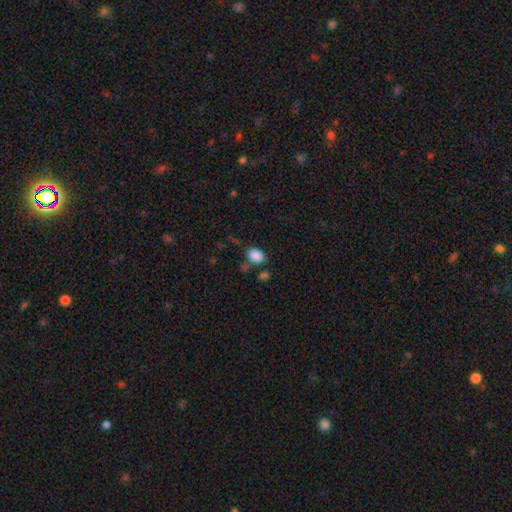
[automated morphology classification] A smooth galaxy with no disk features (86%) that is in between round and cigar-shaped (81%). Merging: none (65%).